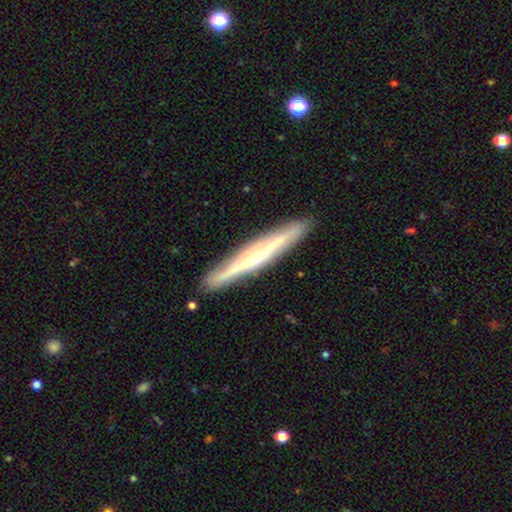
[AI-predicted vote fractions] A featured or disk galaxy (71%) viewed edge-on (94%) with a rounded central bulge (75%).

Vote fractions:
- Smooth or featured? featured or disk: 71% / smooth: 23% / star or artifact: 5%
- Edge-on disk? yes: 94% / no: 6%
- Edge-on bulge? rounded: 75% / none: 20% / boxy: 5%
- Merging? none: 90% / minor disturbance: 8% / major disturbance: 1% / merger: 1%